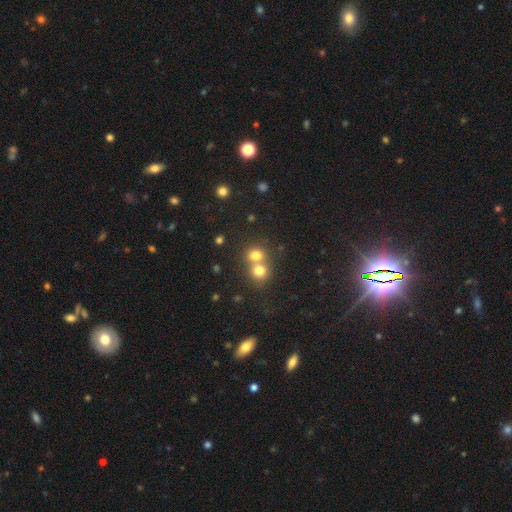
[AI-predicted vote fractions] Smooth or featured?
  - smooth: 74% *
  - star or artifact: 14%
  - featured or disk: 12%
How rounded?
  - round: 79% *
  - in between: 20%
  - cigar-shaped: 1%
Merging?
  - merger: 58% *
  - none: 35%
  - minor disturbance: 5%
  - major disturbance: 2%